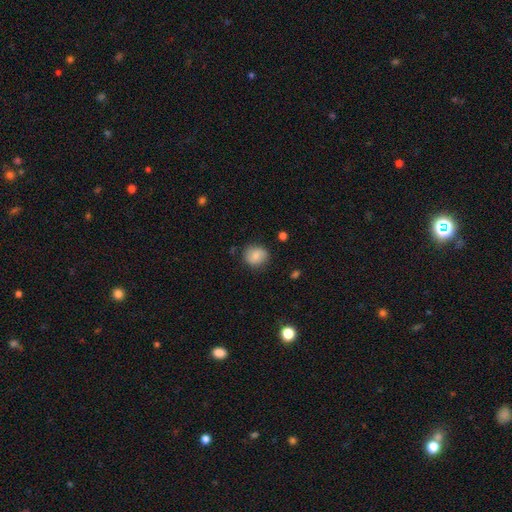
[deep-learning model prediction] A smooth galaxy with no disk features (78%) that is round (76%).

Vote fractions:
- Smooth or featured? smooth: 78% / featured or disk: 14% / star or artifact: 8%
- How rounded? round: 76% / in between: 23% / cigar-shaped: 1%
- Merging? none: 80% / minor disturbance: 15% / major disturbance: 4% / merger: 2%